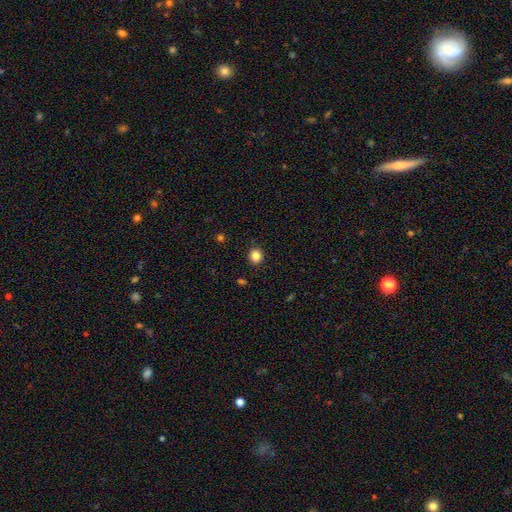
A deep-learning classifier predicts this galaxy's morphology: smooth_or_featured: smooth (p=0.84) [alt: star or artifact p=0.11]
how_rounded: round (p=0.80) [alt: in between p=0.19]
merging: none (p=0.91) [alt: minor disturbance p=0.06]